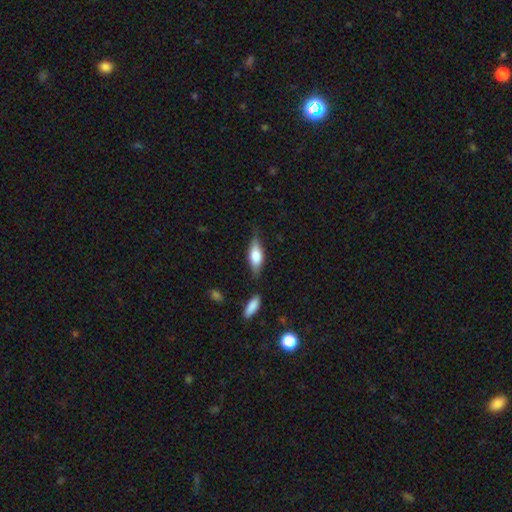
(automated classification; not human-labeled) smooth 55%, featured or disk 38%, star or artifact 6%. Down the decision tree: how rounded — in between (64%); merging — none (71%).